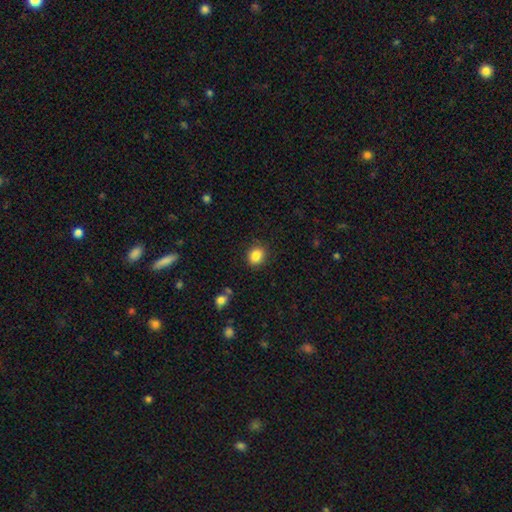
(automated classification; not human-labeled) Smooth or featured? smooth (85%)
How rounded? round (68%)
Merging? none (88%)